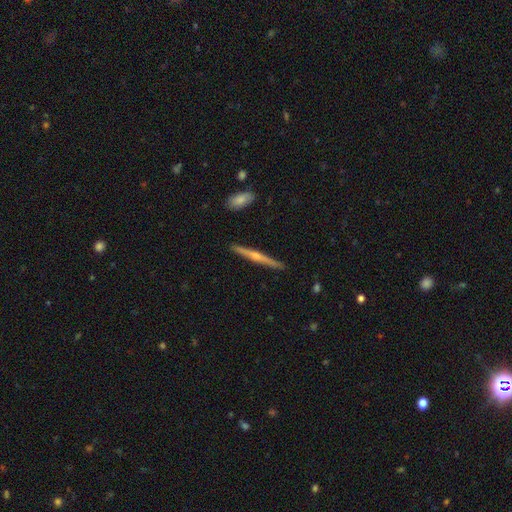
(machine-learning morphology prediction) Smooth or featured?
  - featured or disk: 69% *
  - smooth: 22%
  - star or artifact: 9%
Edge-on disk?
  - yes: 96% *
  - no: 4%
Edge-on bulge?
  - rounded: 81% *
  - none: 13%
  - boxy: 6%
Merging?
  - none: 88% *
  - minor disturbance: 8%
  - merger: 2%
  - major disturbance: 2%